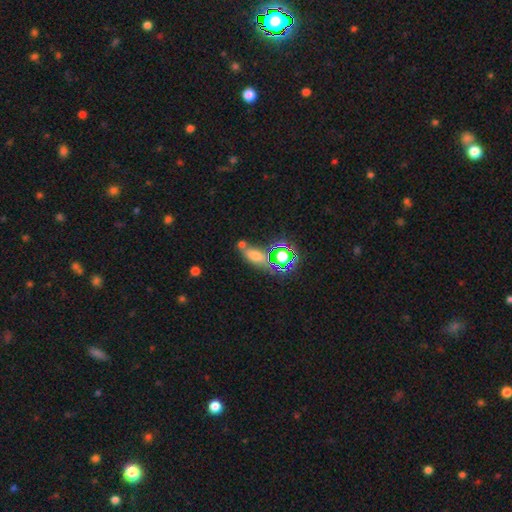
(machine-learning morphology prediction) Smooth or featured?
  - smooth: 51% *
  - star or artifact: 34%
  - featured or disk: 15%
How rounded?
  - in between: 62% *
  - cigar-shaped: 20%
  - round: 17%
Merging?
  - none: 57% *
  - merger: 21%
  - minor disturbance: 15%
  - major disturbance: 7%